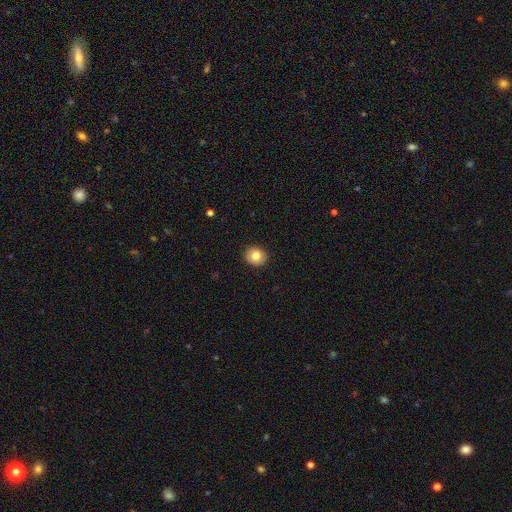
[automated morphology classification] Smooth or featured? Predicted: smooth (p=0.82). How rounded? Predicted: round (p=0.81). Merging? Predicted: none (p=0.91).